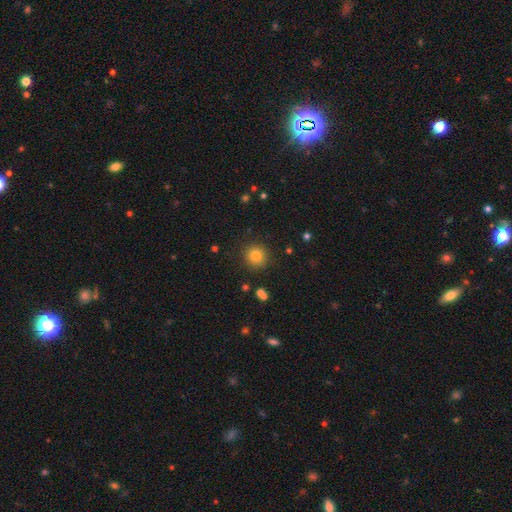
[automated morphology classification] smooth 81%, star or artifact 13%, featured or disk 6%. Down the decision tree: how rounded — round (92%); merging — none (90%).